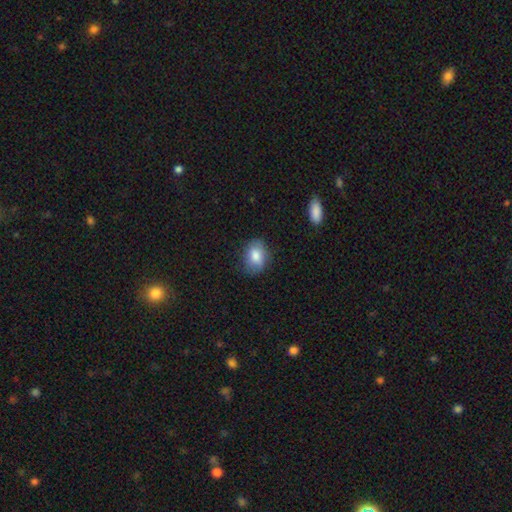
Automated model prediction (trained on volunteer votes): Smooth or featured? smooth (80%)
How rounded? in between (68%)
Merging? none (74%)